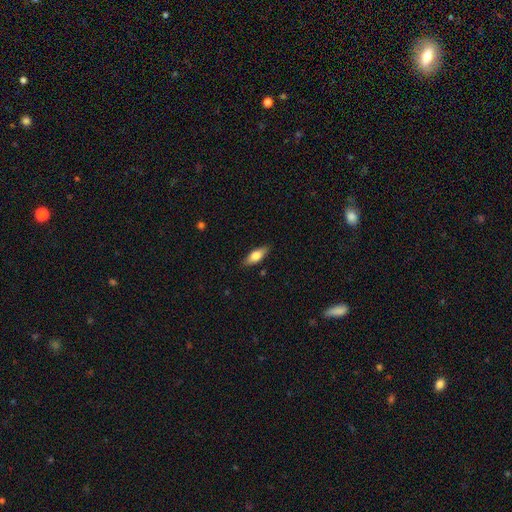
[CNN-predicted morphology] The model was most divided on "how rounded": in between: 69%, cigar-shaped: 28%, round: 3%. More confident: merging — none (86%); smooth or featured — smooth (68%).